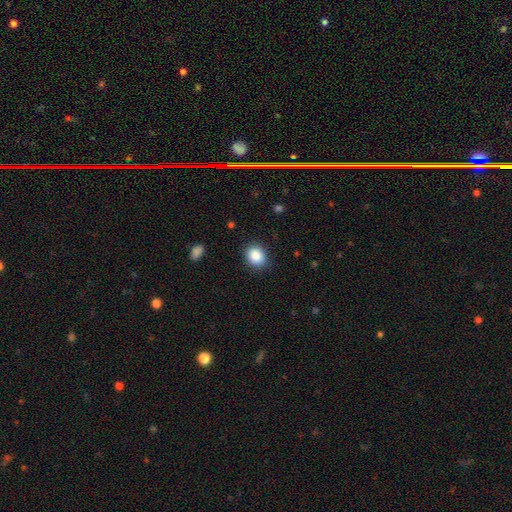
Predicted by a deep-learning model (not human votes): This appears to be a smooth galaxy with no disk features (87%) that is round (63%). Merging: none (87%).